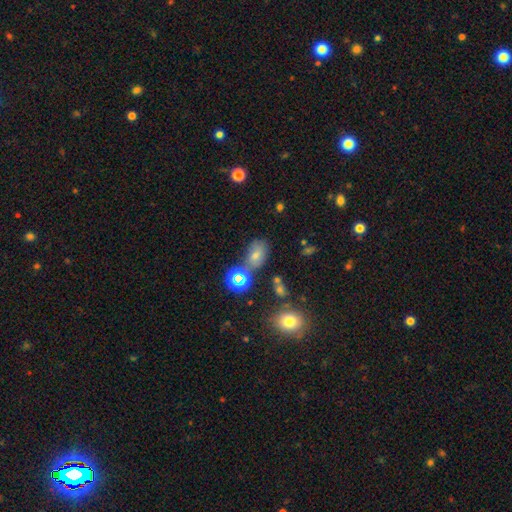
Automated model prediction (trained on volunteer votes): Q: Smooth or featured?
A: smooth (62%); runner-up: star or artifact (24%)
Q: How rounded?
A: in between (77%); runner-up: round (21%)
Q: Merging?
A: none (56%); runner-up: minor disturbance (19%)